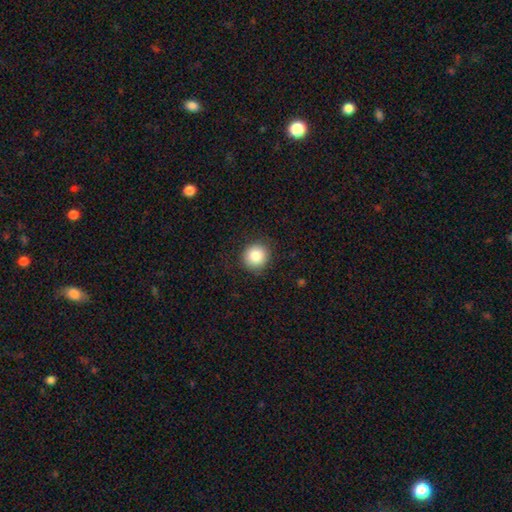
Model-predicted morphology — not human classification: This is clearly a smooth galaxy (86%). How rounded: clearly round (92%). Merging: clearly none (88%).